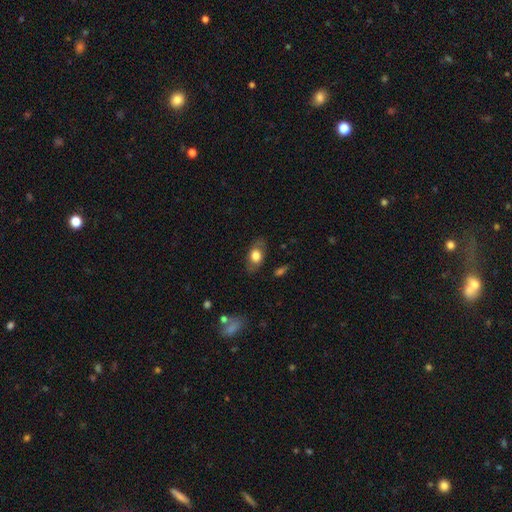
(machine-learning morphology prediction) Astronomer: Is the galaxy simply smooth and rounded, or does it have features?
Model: smooth — 68%.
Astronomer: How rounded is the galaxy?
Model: in between — 84%.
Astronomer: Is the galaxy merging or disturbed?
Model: none — 77%.